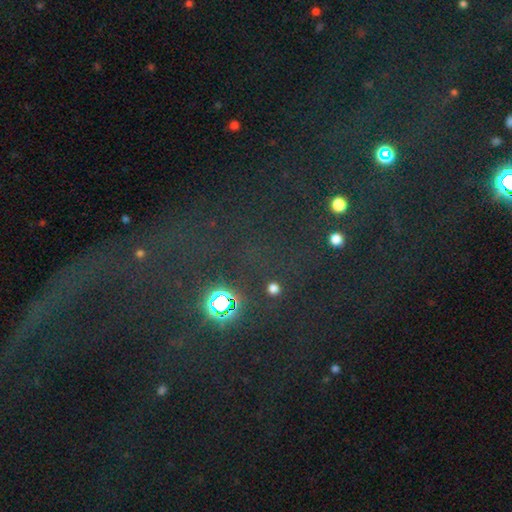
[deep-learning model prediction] Q: Smooth or featured?
A: star or artifact (69%); runner-up: smooth (18%)